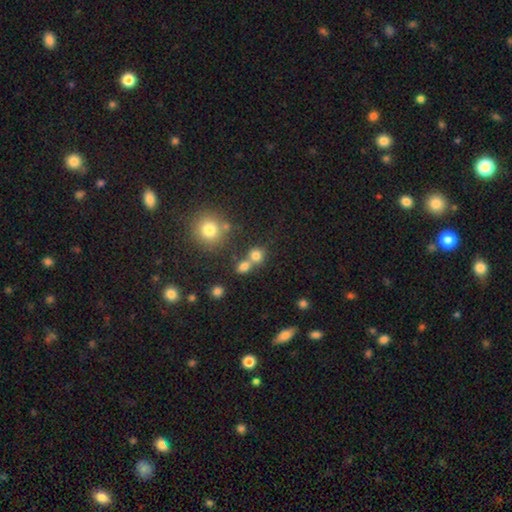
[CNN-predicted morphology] smooth 76%, star or artifact 16%, featured or disk 8%. Down the decision tree: how rounded — round (83%); merging — none (51%).